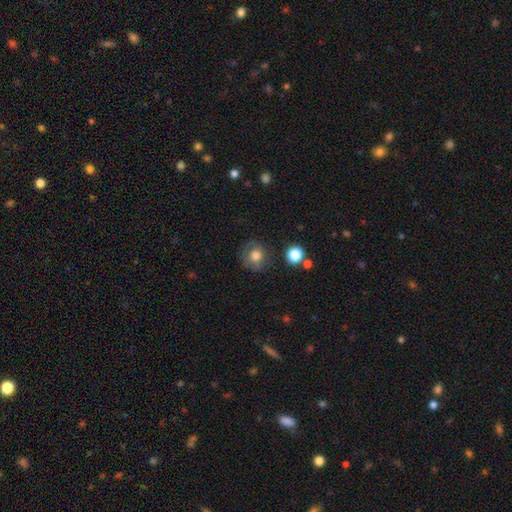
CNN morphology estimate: Smooth or featured: smooth — 73% (featured or disk — 17%)
How rounded: round — 86% (in between — 13%)
Merging: none — 73% (minor disturbance — 17%)